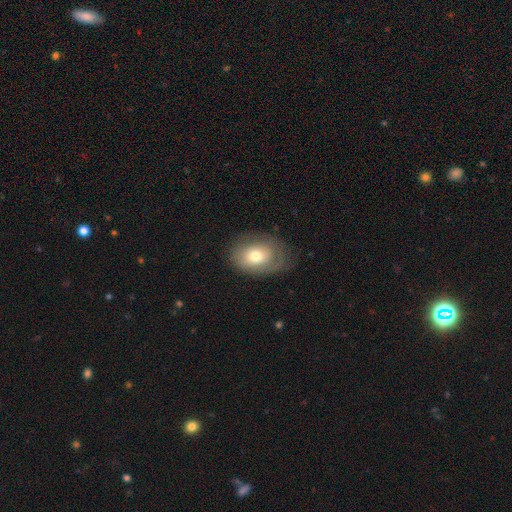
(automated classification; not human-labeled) Smooth or featured?
  - smooth: 63% *
  - featured or disk: 28%
  - star or artifact: 8%
How rounded?
  - in between: 71% *
  - round: 28%
  - cigar-shaped: 1%
Merging?
  - none: 65% *
  - minor disturbance: 22%
  - major disturbance: 12%
  - merger: 1%